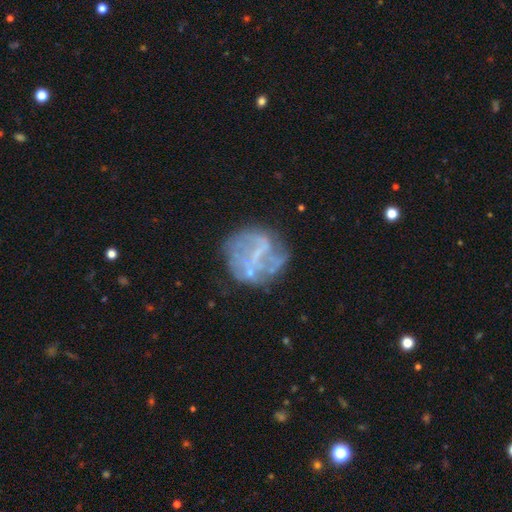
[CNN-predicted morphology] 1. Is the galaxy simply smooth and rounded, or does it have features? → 67% featured or disk, 22% smooth, 11% star or artifact.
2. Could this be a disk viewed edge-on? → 98% no, 2% yes.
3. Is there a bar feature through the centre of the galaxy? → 46% no, 34% weak, 19% strong.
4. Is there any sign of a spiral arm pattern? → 62% no, 38% yes.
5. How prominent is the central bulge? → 59% none, 29% small, 10% moderate, 1% large, 1% dominant.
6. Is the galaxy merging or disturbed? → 58% none, 19% minor disturbance, 18% major disturbance, 5% merger.